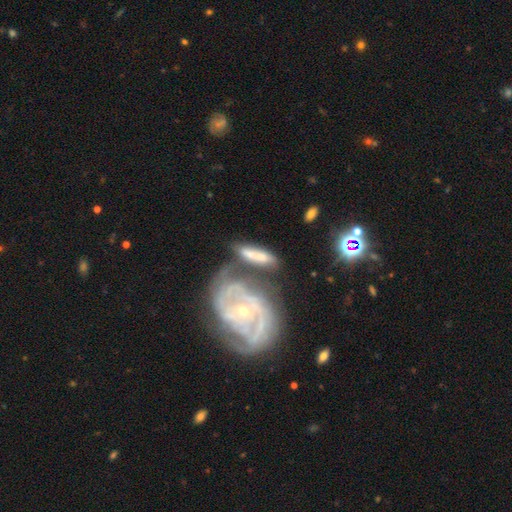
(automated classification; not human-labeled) Morphology: type=featured or disk (47%); merging=merger (34%, tied with none).